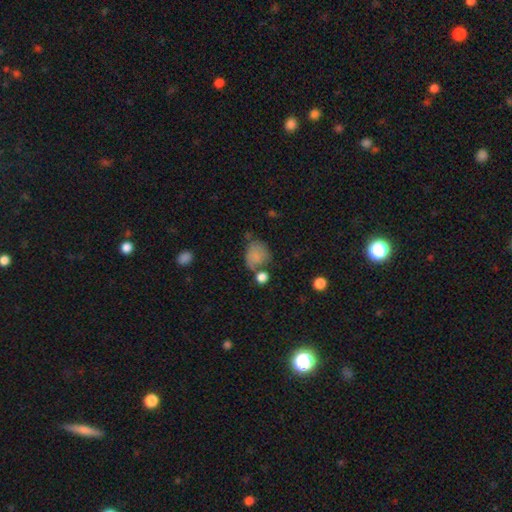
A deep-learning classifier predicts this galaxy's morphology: Q: Smooth or featured?
A: smooth (73%); runner-up: featured or disk (16%)
Q: How rounded?
A: round (56%); runner-up: in between (43%)
Q: Merging?
A: none (39%); runner-up: minor disturbance (26%)